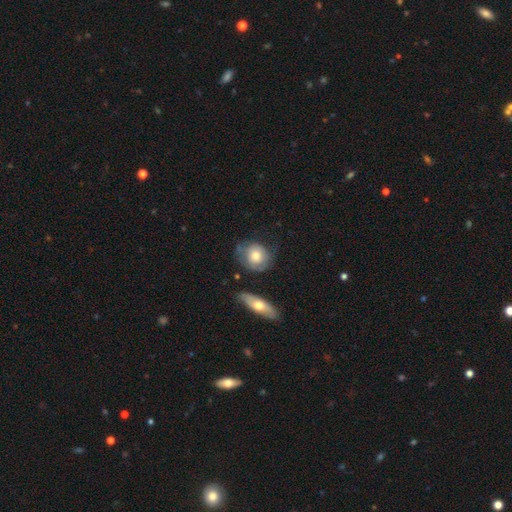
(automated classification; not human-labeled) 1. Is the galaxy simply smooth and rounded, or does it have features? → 64% smooth, 30% featured or disk, 6% star or artifact.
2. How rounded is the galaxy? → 76% round, 22% in between, 2% cigar-shaped.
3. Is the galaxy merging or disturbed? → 56% none, 26% minor disturbance, 11% major disturbance, 7% merger.